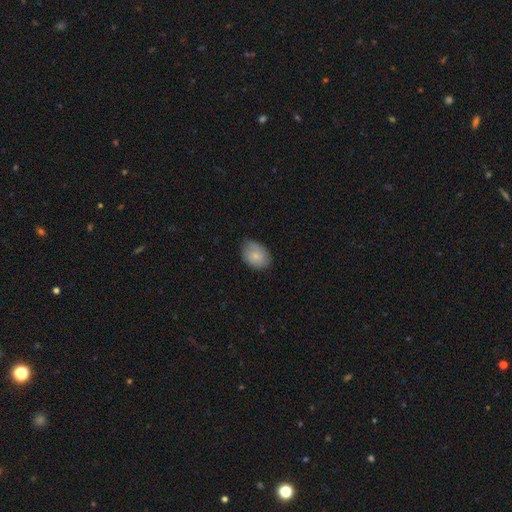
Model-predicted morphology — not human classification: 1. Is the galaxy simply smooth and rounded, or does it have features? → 79% smooth, 14% featured or disk, 7% star or artifact.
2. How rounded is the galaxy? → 73% in between, 26% round, 1% cigar-shaped.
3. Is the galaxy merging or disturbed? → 72% none, 23% minor disturbance, 4% major disturbance, 1% merger.